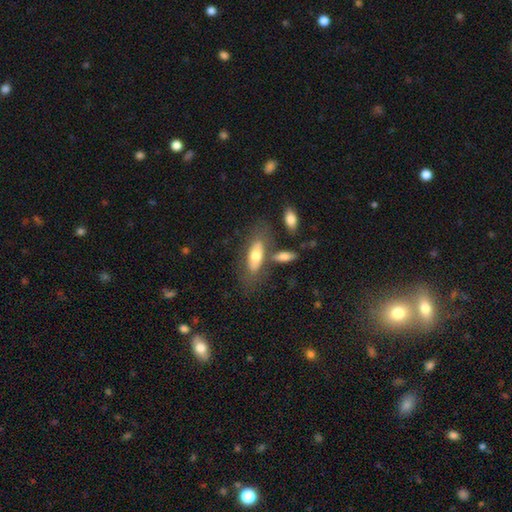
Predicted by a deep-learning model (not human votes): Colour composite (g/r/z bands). It shows a smooth galaxy with no disk features (64%) that is in between round and cigar-shaped (78%). Merging: none (56%).